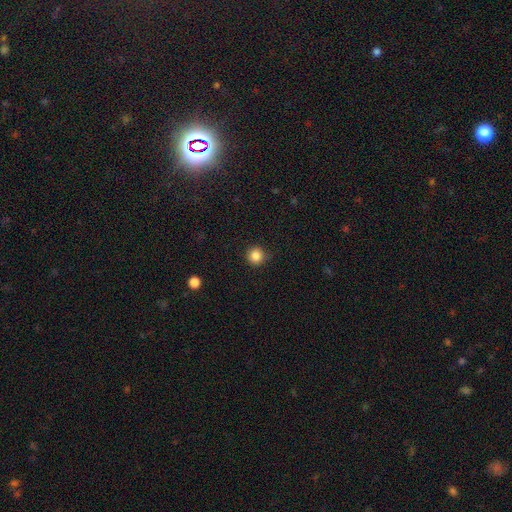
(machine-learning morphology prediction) A smooth galaxy with no disk features (85%) that is round (94%).

Vote fractions:
- Smooth or featured? smooth: 85% / star or artifact: 11% / featured or disk: 4%
- How rounded? round: 94% / in between: 5% / cigar-shaped: 1%
- Merging? none: 88% / minor disturbance: 9% / major disturbance: 2% / merger: 1%